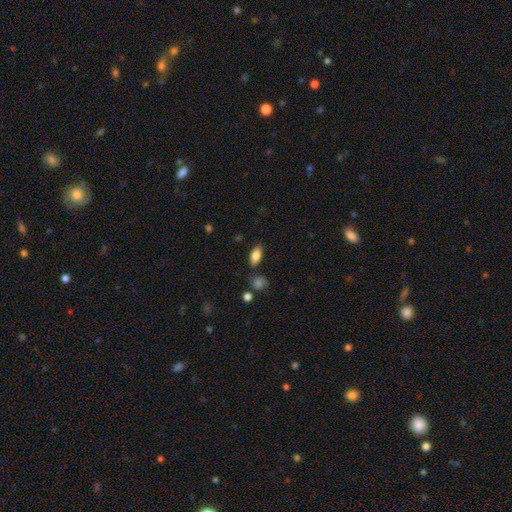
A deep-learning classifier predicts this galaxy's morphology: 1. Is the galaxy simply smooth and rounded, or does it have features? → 82% smooth, 10% featured or disk, 8% star or artifact.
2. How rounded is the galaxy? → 89% in between, 7% cigar-shaped, 4% round.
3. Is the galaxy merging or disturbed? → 81% none, 13% minor disturbance, 4% merger, 3% major disturbance.